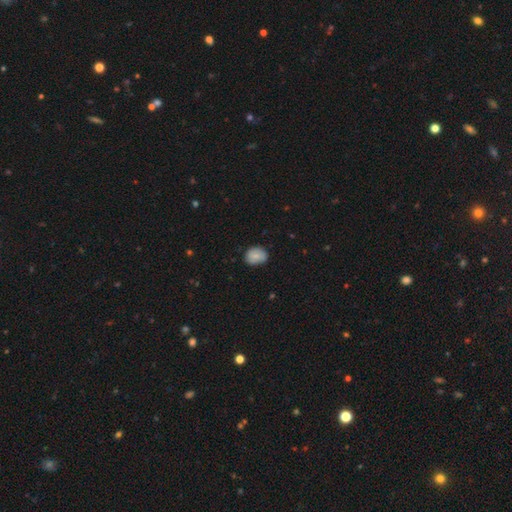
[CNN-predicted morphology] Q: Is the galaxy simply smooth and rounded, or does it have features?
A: smooth — 75%.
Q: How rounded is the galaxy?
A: in between — 54%.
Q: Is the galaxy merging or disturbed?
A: none — 72%.